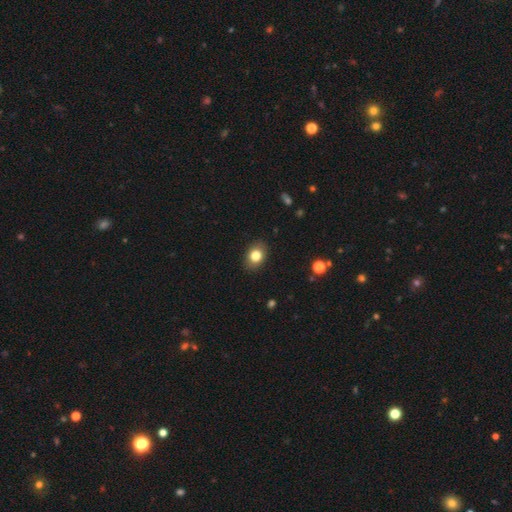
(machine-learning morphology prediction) Smooth or featured? smooth (82%)
How rounded? in between (63%)
Merging? none (87%)